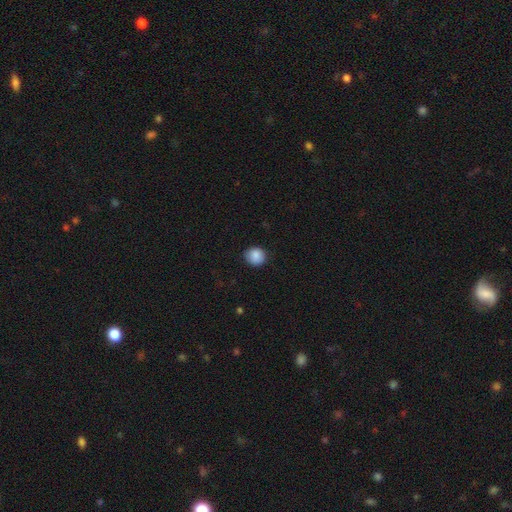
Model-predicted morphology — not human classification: smooth 88%, star or artifact 8%, featured or disk 4%. Down the decision tree: how rounded — round (85%); merging — none (86%).